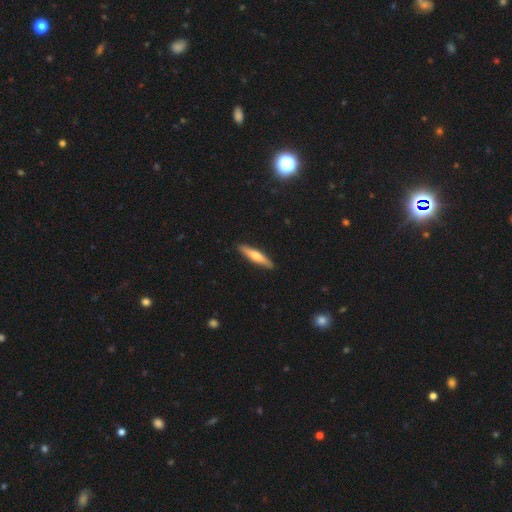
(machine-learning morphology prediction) smooth_or_featured: smooth (p=0.54) [alt: featured or disk p=0.41]
how_rounded: cigar-shaped (p=0.87) [alt: in between p=0.11]
merging: none (p=0.90) [alt: minor disturbance p=0.07]